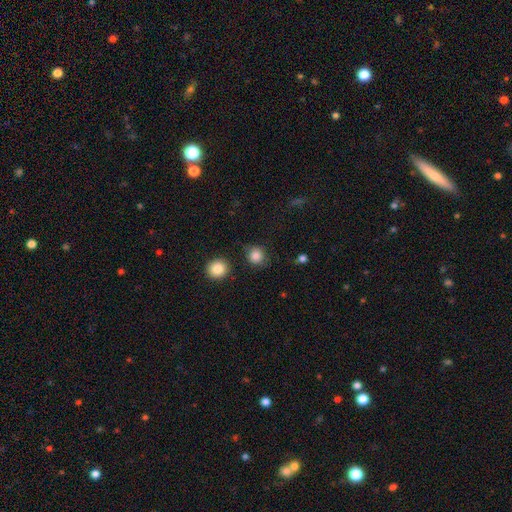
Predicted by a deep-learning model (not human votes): This appears to be a smooth galaxy with no disk features (85%) that is round (88%). Merging: none (80%).